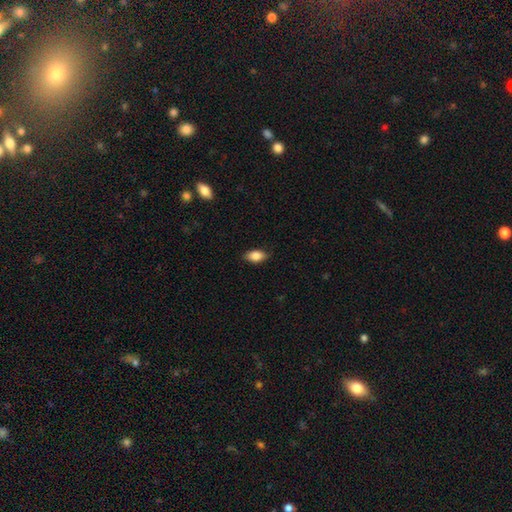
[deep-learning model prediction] smooth 84%, featured or disk 9%, star or artifact 7%. Down the decision tree: how rounded — in between (89%); merging — none (85%).